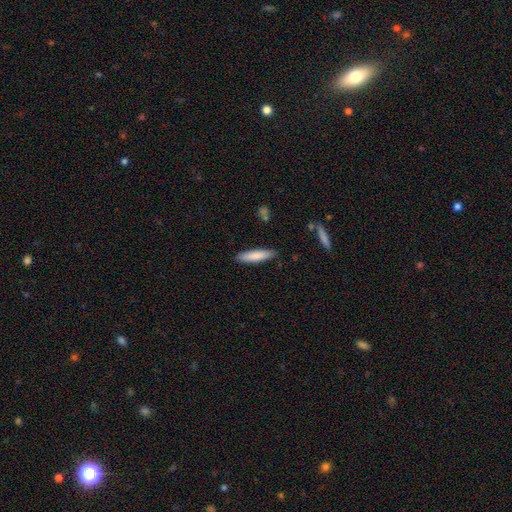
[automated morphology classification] smooth 83%, featured or disk 11%, star or artifact 6%. Down the decision tree: how rounded — cigar-shaped (74%); merging — none (87%).